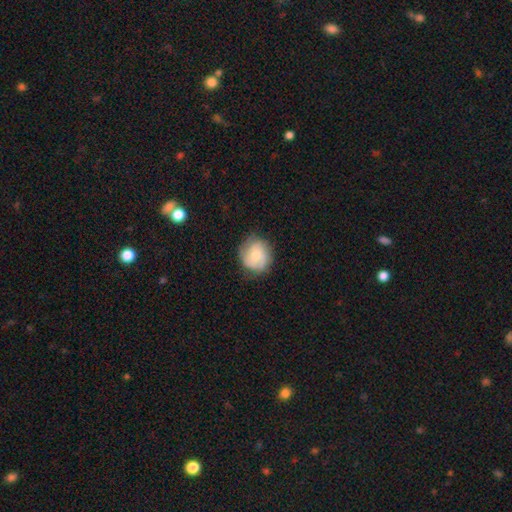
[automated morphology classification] Smooth or featured?
  - smooth: 52% *
  - featured or disk: 41%
  - star or artifact: 7%
How rounded?
  - round: 84% *
  - in between: 15%
  - cigar-shaped: 1%
Merging?
  - none: 72% *
  - minor disturbance: 21%
  - major disturbance: 6%
  - merger: 1%